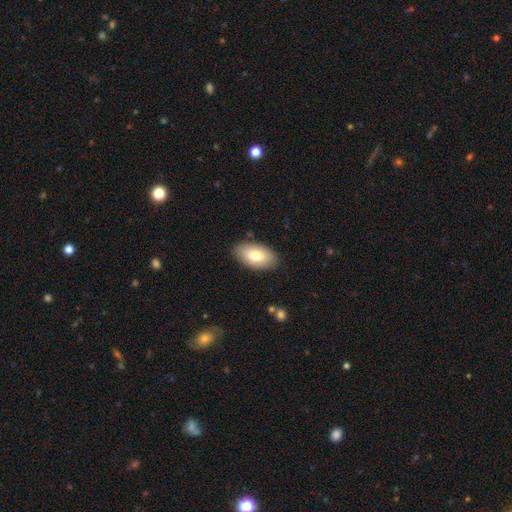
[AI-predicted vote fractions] Smooth or featured? smooth (78%)
How rounded? in between (95%)
Merging? none (86%)